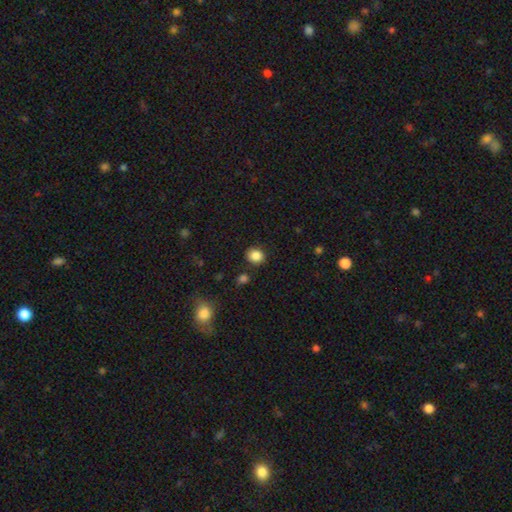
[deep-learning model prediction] smooth_or_featured: smooth (p=0.86) [alt: star or artifact p=0.10]
how_rounded: round (p=0.73) [alt: in between p=0.27]
merging: none (p=0.84) [alt: minor disturbance p=0.10]